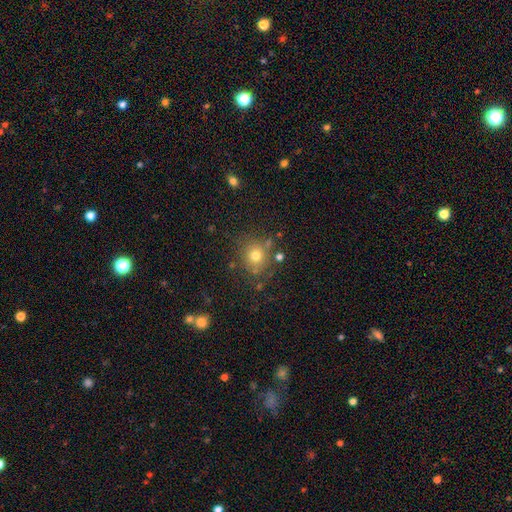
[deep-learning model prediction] This appears to be a smooth galaxy with no disk features (73%) that is round (86%). Merging: none (76%).